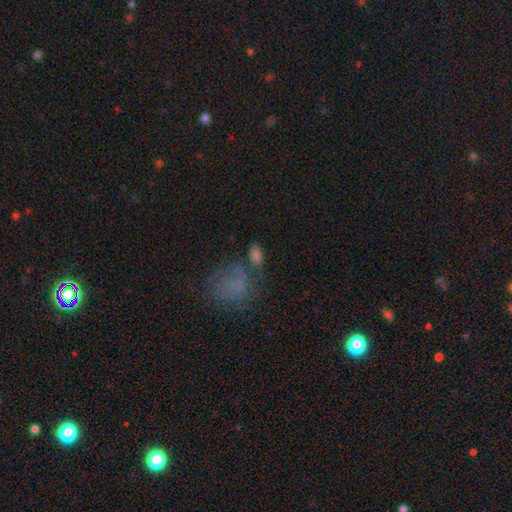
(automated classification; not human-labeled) A smooth galaxy with no disk features (69%) that is in between round and cigar-shaped (77%). Merging: none (50%).